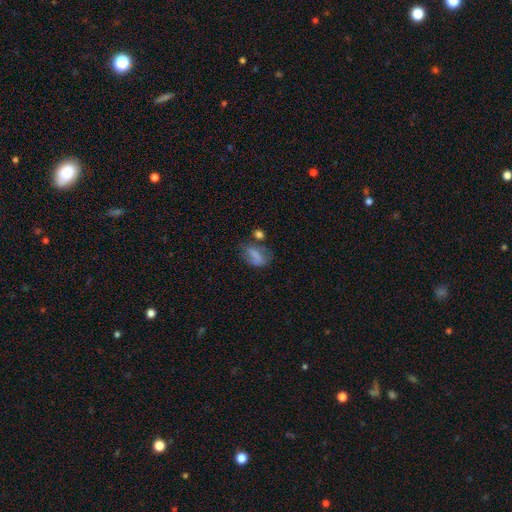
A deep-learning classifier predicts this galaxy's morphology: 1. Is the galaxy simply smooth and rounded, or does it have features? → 65% smooth, 23% featured or disk, 11% star or artifact.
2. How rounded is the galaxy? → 82% in between, 14% round, 4% cigar-shaped.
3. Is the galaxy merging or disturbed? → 41% none, 26% minor disturbance, 19% major disturbance, 14% merger.